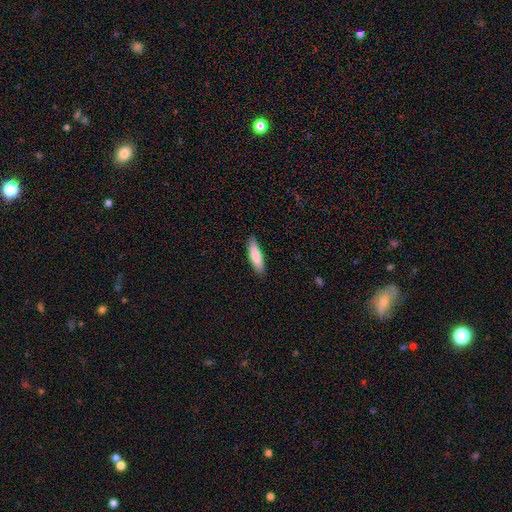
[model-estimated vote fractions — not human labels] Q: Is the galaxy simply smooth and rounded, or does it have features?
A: smooth — 84%.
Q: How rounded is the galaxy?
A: cigar-shaped — 64%.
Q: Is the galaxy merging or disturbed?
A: none — 87%.